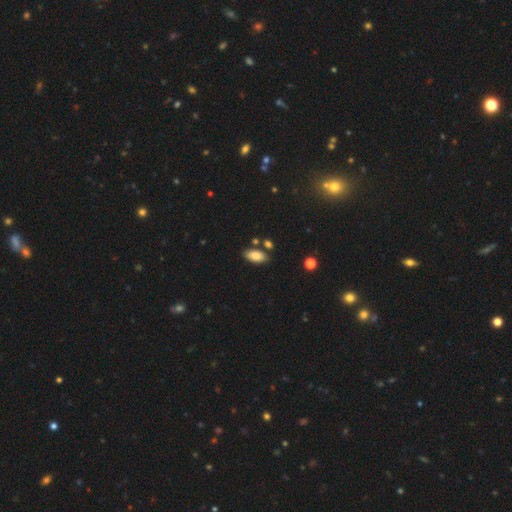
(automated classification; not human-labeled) Smooth or featured? smooth (86%)
How rounded? in between (91%)
Merging? none (79%)